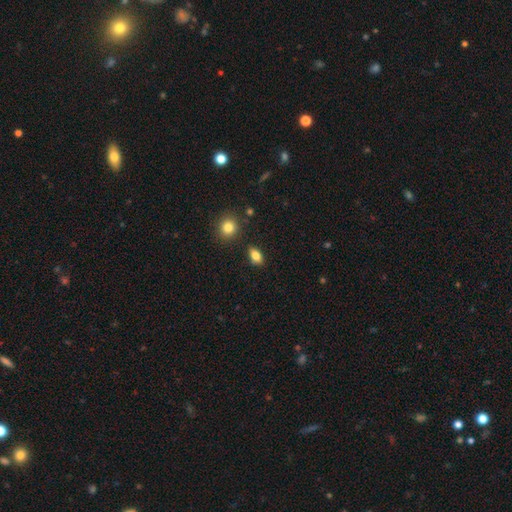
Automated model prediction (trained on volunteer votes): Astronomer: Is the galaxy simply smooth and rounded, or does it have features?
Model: smooth — 82%.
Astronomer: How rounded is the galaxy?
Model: in between — 83%.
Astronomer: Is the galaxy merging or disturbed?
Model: none — 86%.